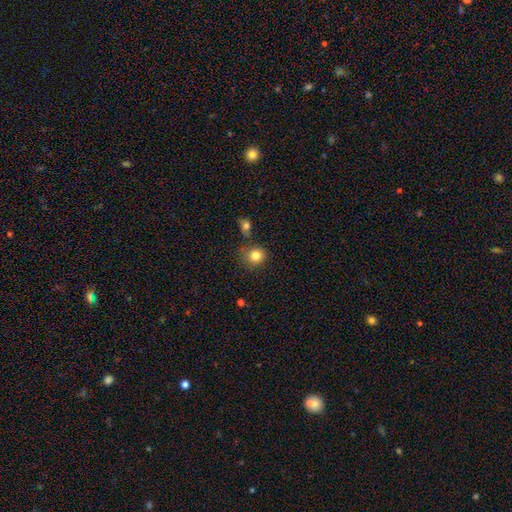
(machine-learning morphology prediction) This is clearly a smooth galaxy (82%). How rounded: clearly round (83%). Merging: likely none (72%).